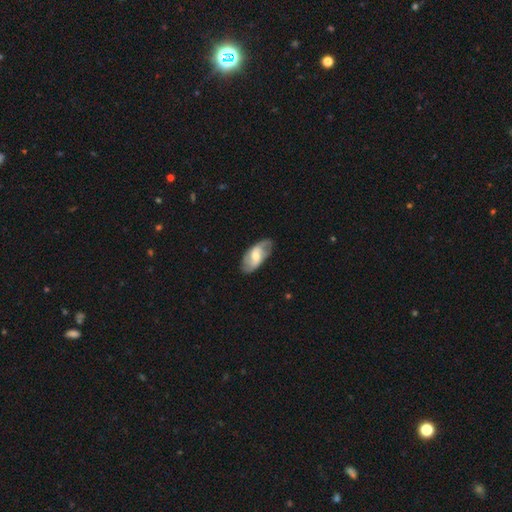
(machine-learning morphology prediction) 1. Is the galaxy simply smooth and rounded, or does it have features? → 64% featured or disk, 30% smooth, 6% star or artifact.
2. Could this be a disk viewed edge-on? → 92% no, 8% yes.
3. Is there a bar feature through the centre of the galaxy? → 48% weak, 35% no, 17% strong.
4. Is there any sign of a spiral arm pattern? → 84% yes, 16% no.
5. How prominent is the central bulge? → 59% moderate, 27% small, 10% large, 3% none, 1% dominant.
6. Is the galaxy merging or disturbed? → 77% none, 17% minor disturbance, 5% major disturbance, 1% merger.